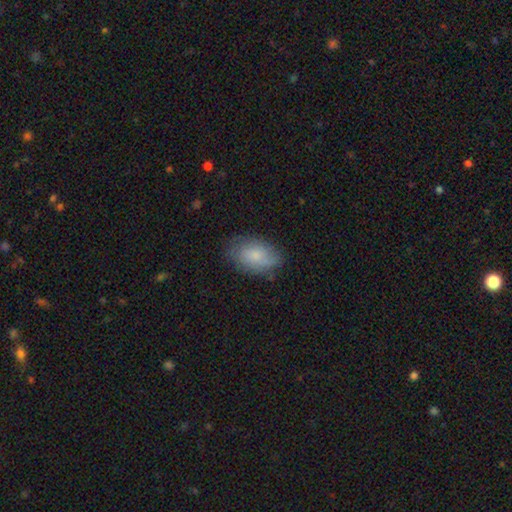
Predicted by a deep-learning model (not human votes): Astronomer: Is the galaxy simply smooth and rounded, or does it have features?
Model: smooth — 73%.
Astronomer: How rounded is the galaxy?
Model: in between — 89%.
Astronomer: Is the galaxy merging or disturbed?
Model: none — 71%.